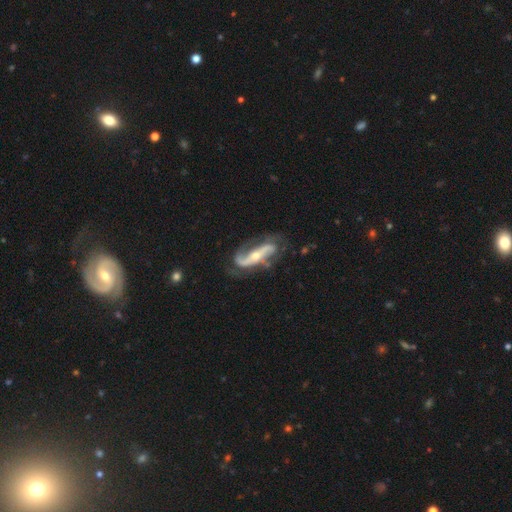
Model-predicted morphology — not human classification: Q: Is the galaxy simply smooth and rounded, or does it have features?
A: featured or disk — 86%.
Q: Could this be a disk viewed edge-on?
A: no — 90%.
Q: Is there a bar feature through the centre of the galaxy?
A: strong — 49%.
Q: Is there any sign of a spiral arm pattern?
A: yes — 94%.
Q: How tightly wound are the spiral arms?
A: loose — 49%.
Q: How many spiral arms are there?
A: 2 — 85%.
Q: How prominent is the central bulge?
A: small — 50%.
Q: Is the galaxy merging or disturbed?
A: none — 62%.